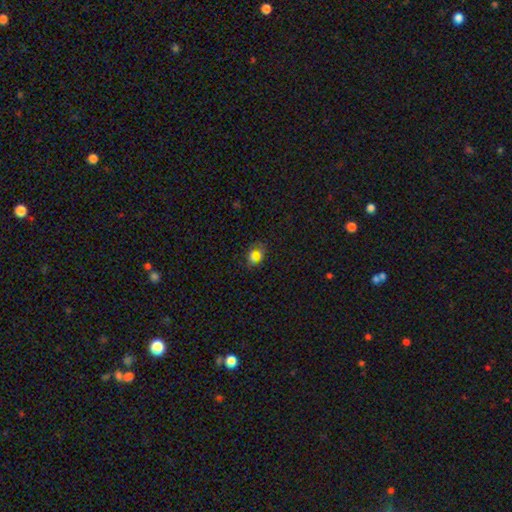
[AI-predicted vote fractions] Smooth or featured: smooth — 52% (star or artifact — 35%)
How rounded: in between — 51% (round — 46%)
Merging: none — 65% (minor disturbance — 17%)